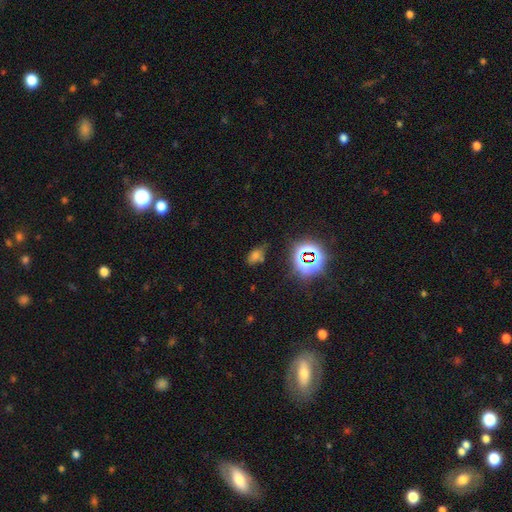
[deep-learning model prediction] Smooth or featured? Predicted: star or artifact (p=0.45).